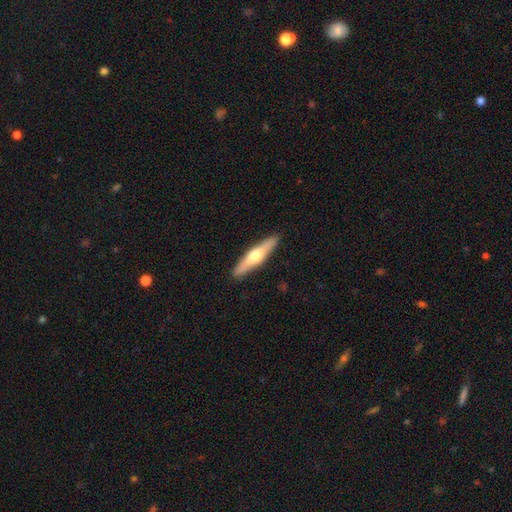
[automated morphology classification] This appears to be a featured or disk galaxy (48%). Merging: none (91%).